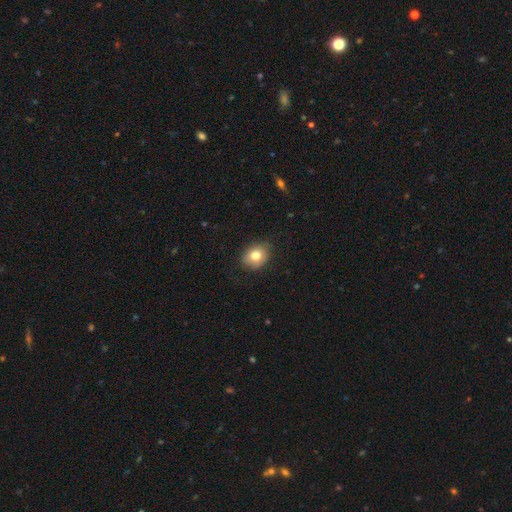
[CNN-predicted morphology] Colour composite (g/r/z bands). It shows a smooth galaxy with no disk features (80%) that is in between round and cigar-shaped (51%). Merging: none (84%).